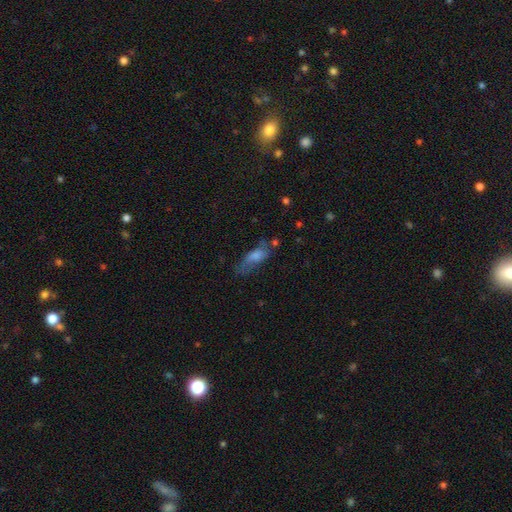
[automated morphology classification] Smooth or featured: smooth — 57% (featured or disk — 30%)
How rounded: in between — 54% (cigar-shaped — 42%)
Merging: none — 48% (minor disturbance — 28%)